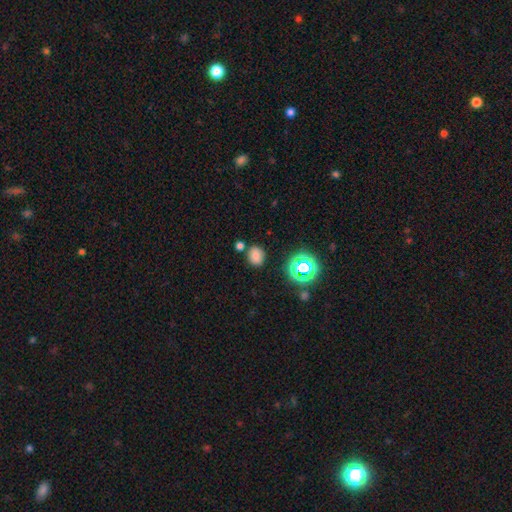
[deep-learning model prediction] Smooth or featured?
  - smooth: 73% *
  - star or artifact: 20%
  - featured or disk: 7%
How rounded?
  - round: 55% *
  - in between: 44%
  - cigar-shaped: 1%
Merging?
  - none: 78% *
  - minor disturbance: 11%
  - merger: 8%
  - major disturbance: 3%